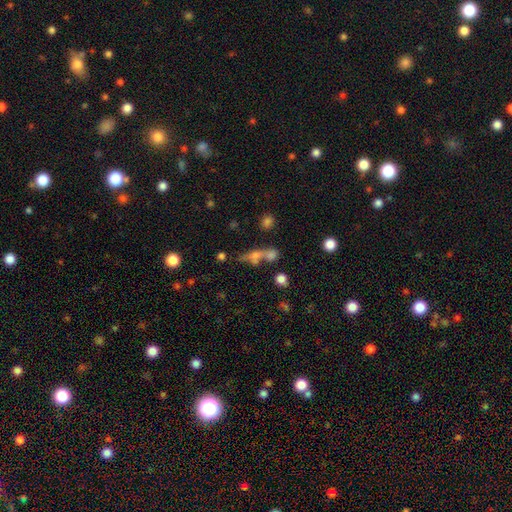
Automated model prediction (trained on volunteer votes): A smooth galaxy with no disk features (42%).

Vote fractions:
- Smooth or featured? smooth: 42% / featured or disk: 38% / star or artifact: 20%
- Merging? none: 49% / merger: 32% / minor disturbance: 11% / major disturbance: 8%